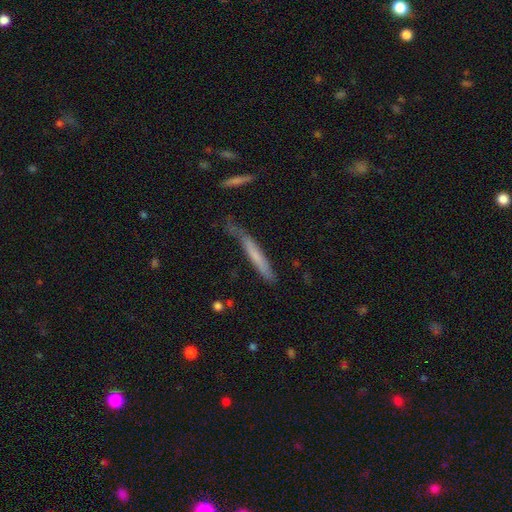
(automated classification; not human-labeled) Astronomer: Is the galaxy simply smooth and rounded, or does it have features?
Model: smooth — 59% (runner-up: featured or disk, 34%).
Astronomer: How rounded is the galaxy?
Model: cigar-shaped — 95%.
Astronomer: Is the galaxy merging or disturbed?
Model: none — 54%.